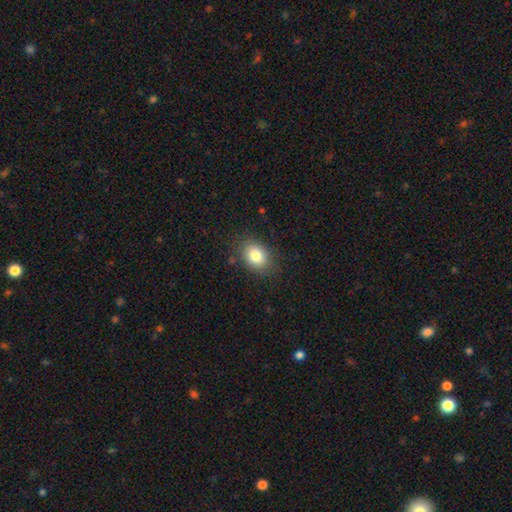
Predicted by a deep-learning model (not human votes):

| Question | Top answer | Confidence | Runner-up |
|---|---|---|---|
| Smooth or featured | smooth | 82% | star or artifact (9%) |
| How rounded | in between | 69% | round (30%) |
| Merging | none | 83% | minor disturbance (12%) |